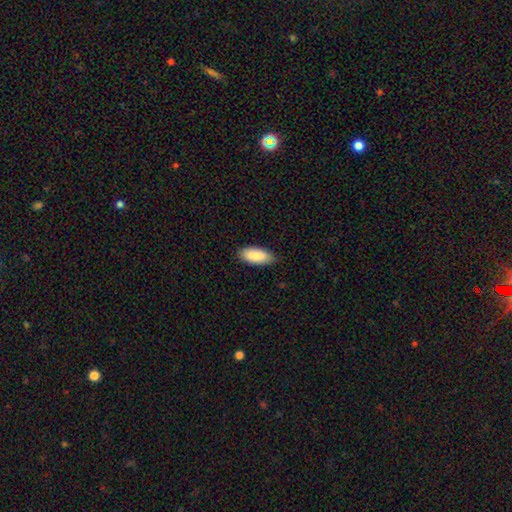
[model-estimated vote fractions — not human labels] This appears to be a smooth galaxy with no disk features (88%) that is in between round and cigar-shaped (87%). Merging: none (84%).